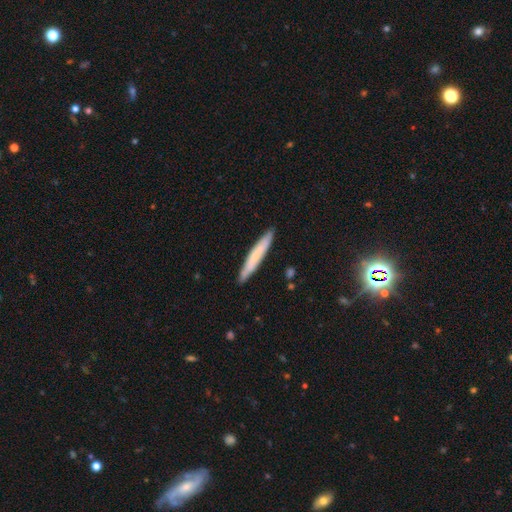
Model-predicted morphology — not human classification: This appears to be a smooth galaxy with no disk features (63%) that is cigar-shaped (95%). Merging: none (88%).